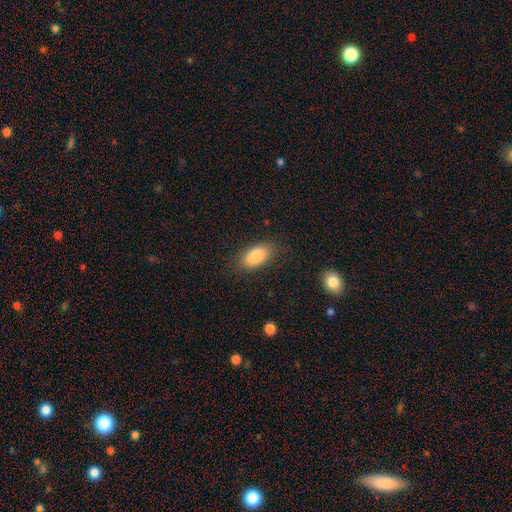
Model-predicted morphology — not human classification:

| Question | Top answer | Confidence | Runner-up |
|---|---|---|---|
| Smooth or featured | smooth | 84% | featured or disk (9%) |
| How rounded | in between | 92% | round (4%) |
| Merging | none | 81% | minor disturbance (14%) |